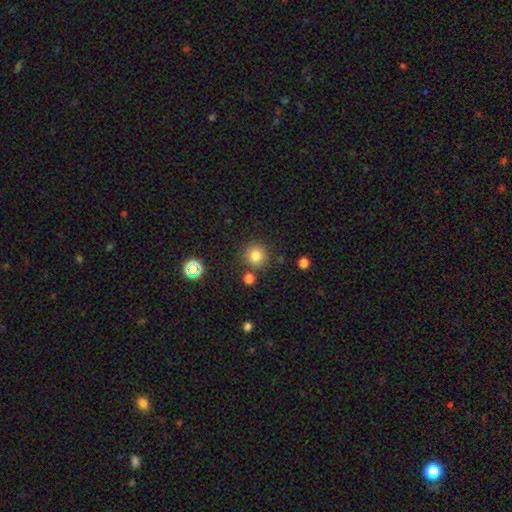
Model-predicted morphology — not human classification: Smooth or featured? smooth (81%)
How rounded? round (93%)
Merging? none (82%)